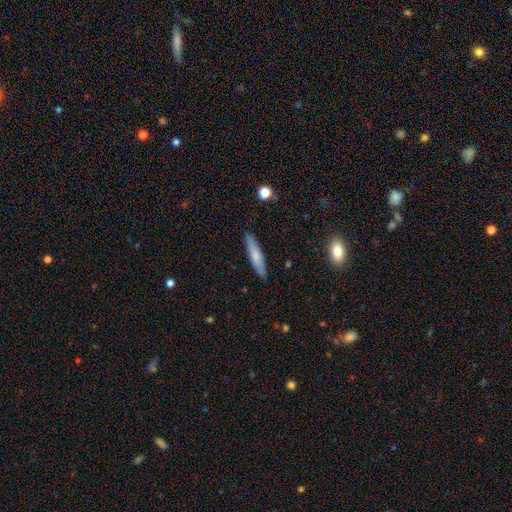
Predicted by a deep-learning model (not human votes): This is likely a smooth galaxy (69%). How rounded: clearly cigar-shaped (85%). Merging: clearly none (87%).